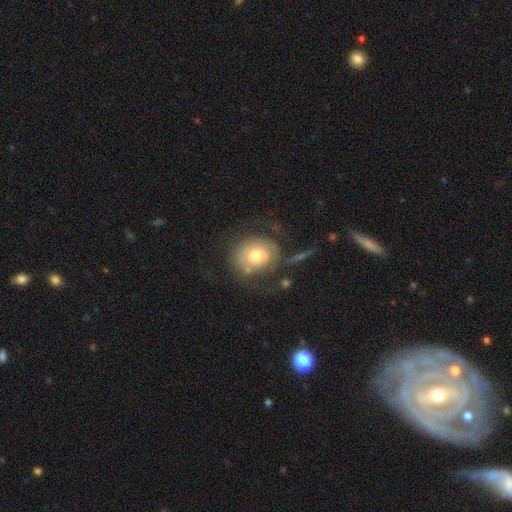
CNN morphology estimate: A smooth galaxy with no disk features (57%) that is round (74%). Merging: none (57%).